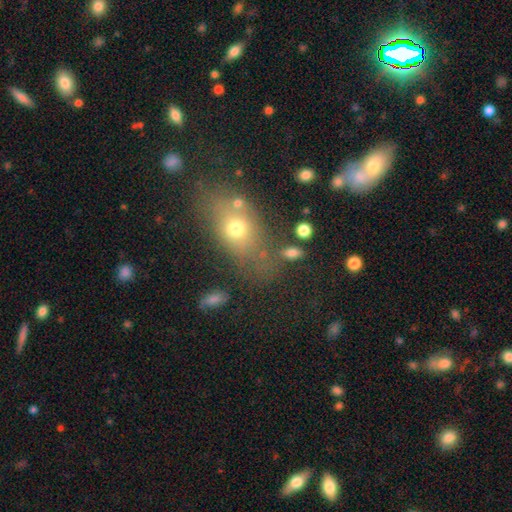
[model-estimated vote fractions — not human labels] A smooth galaxy with no disk features (58%) that is in between round and cigar-shaped (66%).

Vote fractions:
- Smooth or featured? smooth: 58% / featured or disk: 21% / star or artifact: 21%
- How rounded? in between: 66% / round: 24% / cigar-shaped: 10%
- Merging? none: 67% / minor disturbance: 16% / merger: 9% / major disturbance: 8%